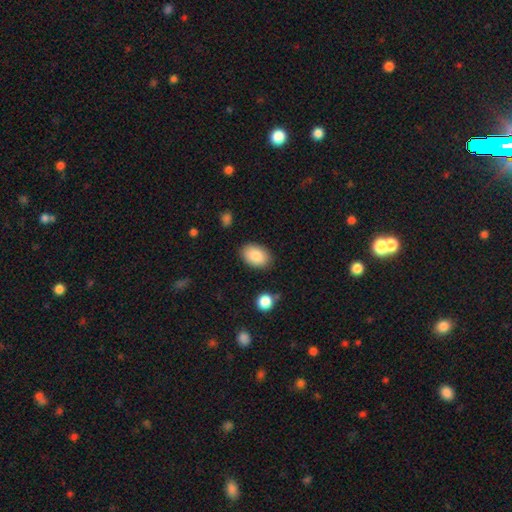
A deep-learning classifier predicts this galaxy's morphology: This is clearly a smooth galaxy (87%). How rounded: clearly in between (87%). Merging: clearly none (85%).